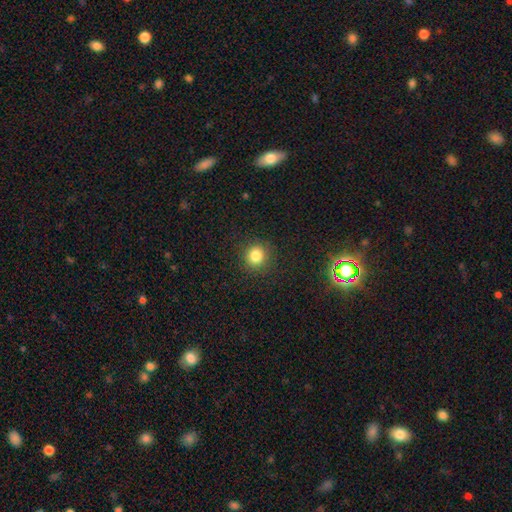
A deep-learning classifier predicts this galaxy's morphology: Smooth or featured?
  - smooth: 83% *
  - star or artifact: 12%
  - featured or disk: 5%
How rounded?
  - round: 91% *
  - in between: 8%
  - cigar-shaped: 1%
Merging?
  - none: 90% *
  - minor disturbance: 7%
  - major disturbance: 3%
  - merger: 1%